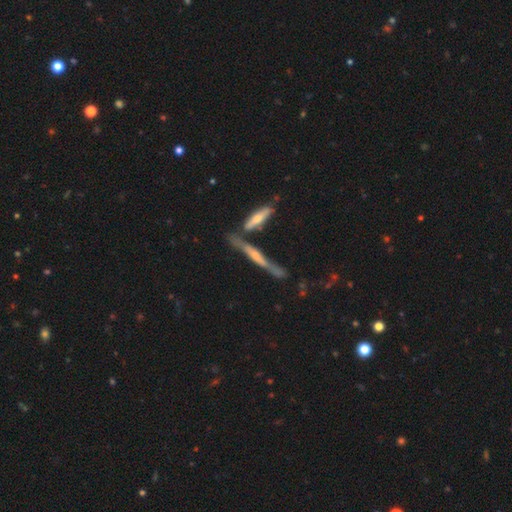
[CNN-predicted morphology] This is likely a featured or disk galaxy (68%). It is clearly viewed edge-on (91%). Edge-on bulge: possibly rounded (59%). Merging: likely none (61%).